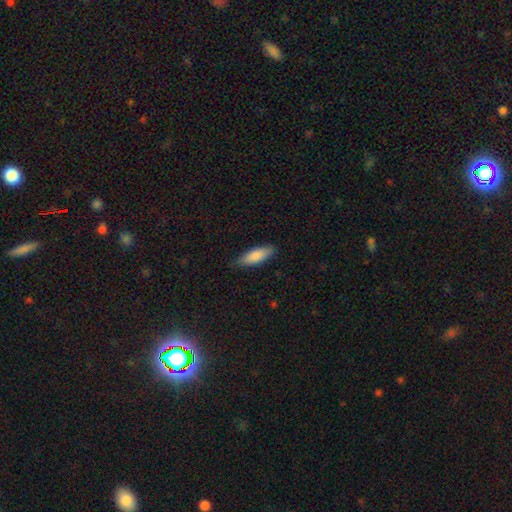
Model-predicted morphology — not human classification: smooth 84%, featured or disk 10%, star or artifact 5%. Down the decision tree: how rounded — in between (64%); merging — none (83%).